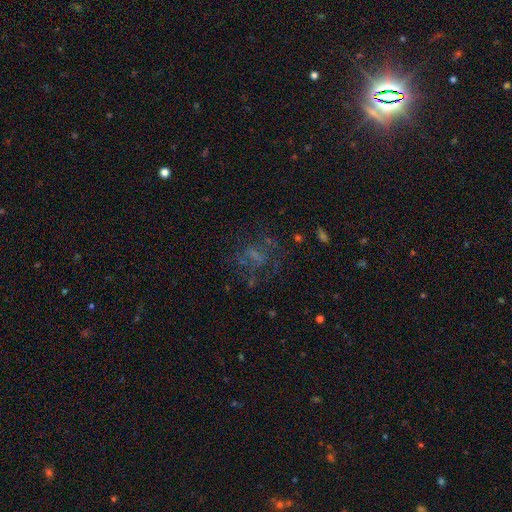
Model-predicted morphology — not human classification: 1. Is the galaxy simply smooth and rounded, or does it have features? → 44% featured or disk, 31% smooth, 25% star or artifact.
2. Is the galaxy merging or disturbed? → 50% none, 29% major disturbance, 17% minor disturbance, 4% merger.